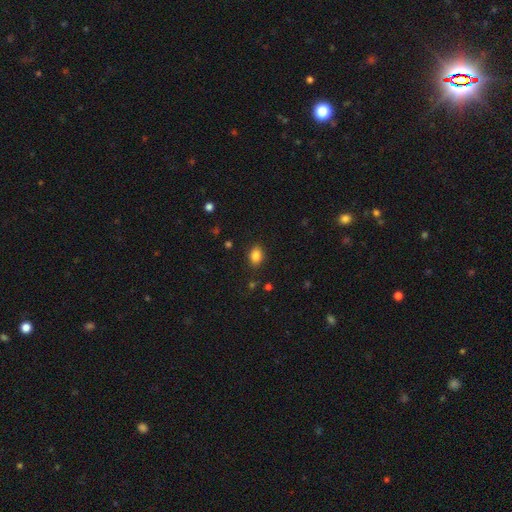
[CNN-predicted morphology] The model was most divided on "how rounded": in between: 73%, round: 25%, cigar-shaped: 1%. More confident: merging — none (86%); smooth or featured — smooth (85%).